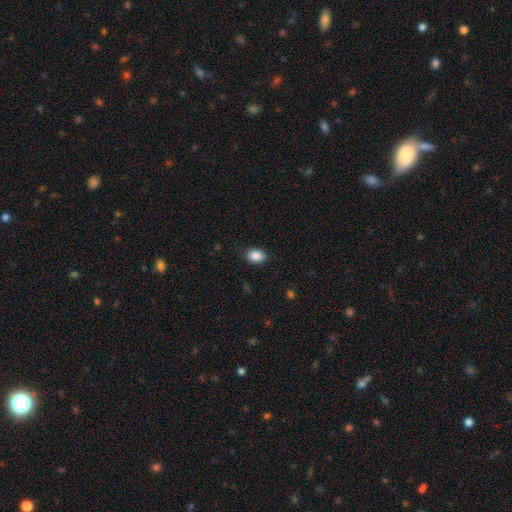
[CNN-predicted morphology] The model was most divided on "how rounded": in between: 66%, round: 33%, cigar-shaped: 1%. More confident: smooth or featured — smooth (88%); merging — none (87%).